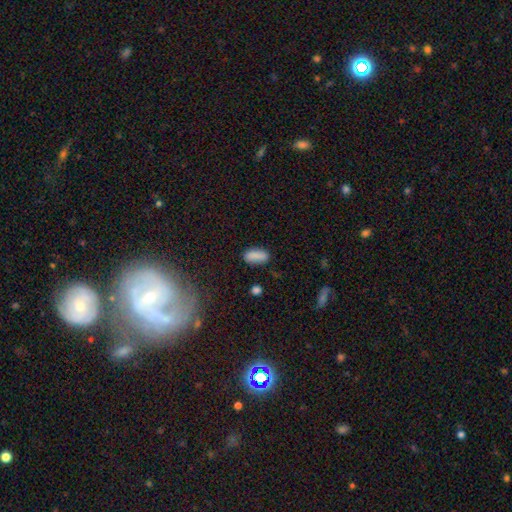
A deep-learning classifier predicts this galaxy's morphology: smooth_or_featured: smooth (p=0.85) [alt: star or artifact p=0.08]
how_rounded: in between (p=0.82) [alt: cigar-shaped p=0.15]
merging: none (p=0.78) [alt: minor disturbance p=0.15]